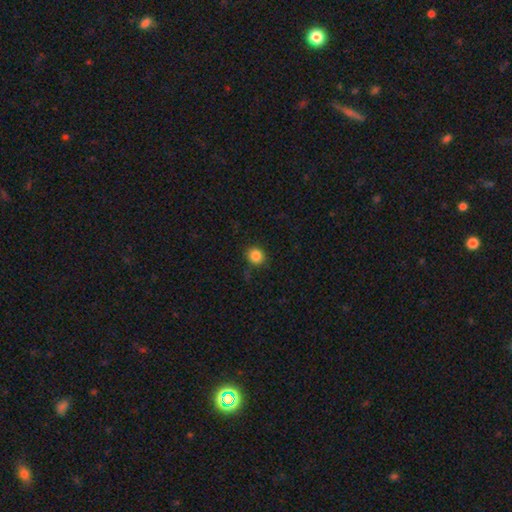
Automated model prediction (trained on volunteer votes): Smooth or featured: smooth — 86% (star or artifact — 11%)
How rounded: round — 85% (in between — 14%)
Merging: none — 85% (minor disturbance — 10%)